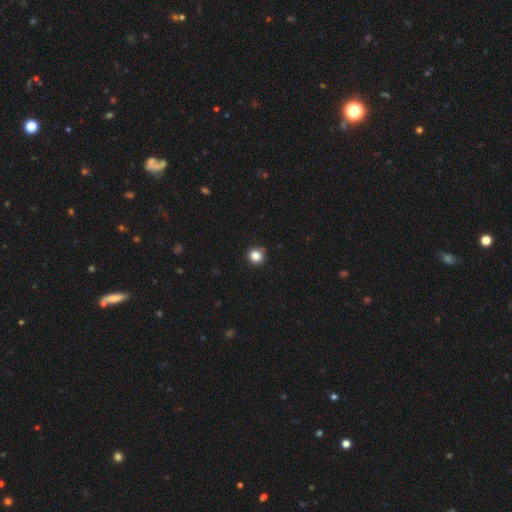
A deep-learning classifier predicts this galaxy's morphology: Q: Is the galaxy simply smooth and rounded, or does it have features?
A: smooth — 85%.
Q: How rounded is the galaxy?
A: round — 93%.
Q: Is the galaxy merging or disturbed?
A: none — 88%.